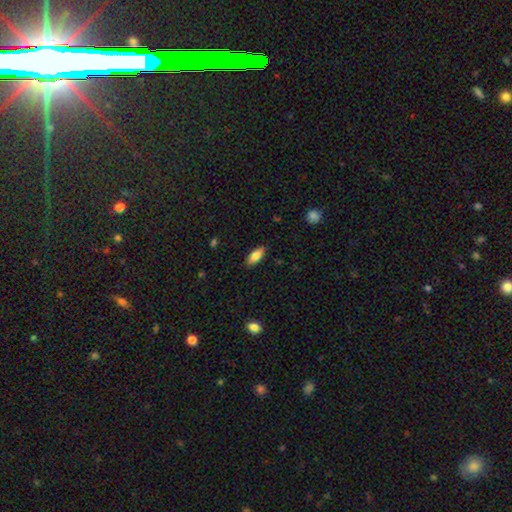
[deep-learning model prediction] smooth-or-featured: smooth: 78% | featured or disk: 15% | star or artifact: 7%
  how-rounded: in between: 80% | cigar-shaped: 17% | round: 2%
  merging: none: 87% | minor disturbance: 10% | major disturbance: 2% | merger: 1%